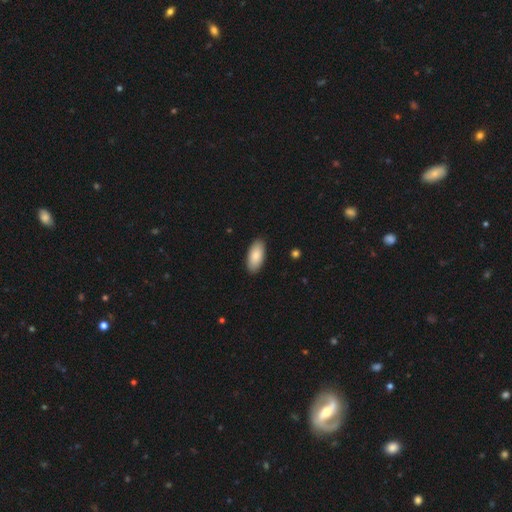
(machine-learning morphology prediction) Smooth or featured? smooth (86%)
How rounded? in between (92%)
Merging? none (89%)